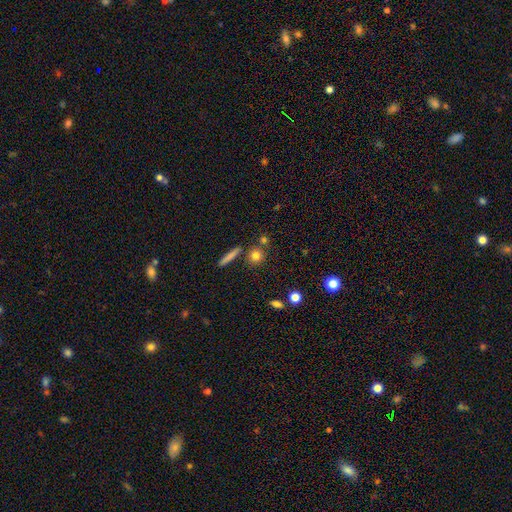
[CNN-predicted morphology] Overall: smooth (78%). How rounded: round (83%). Merging: none (75%).